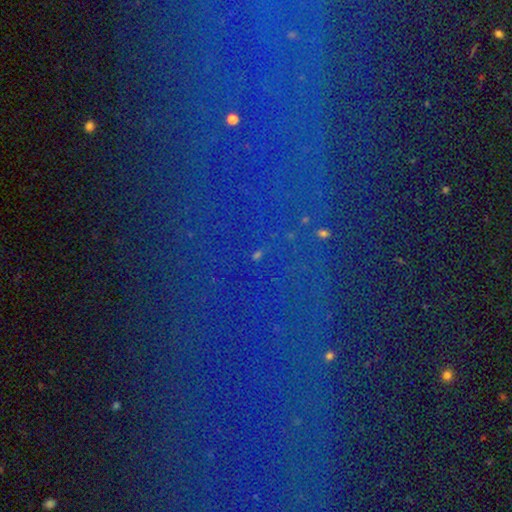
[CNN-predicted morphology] This is clearly a star or artifact rather than a galaxy (81%).